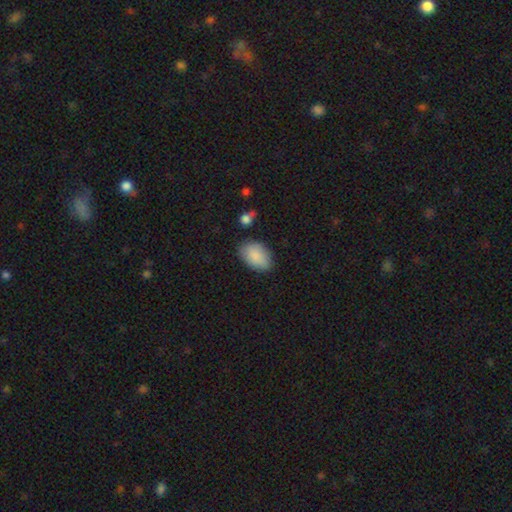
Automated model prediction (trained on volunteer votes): Smooth or featured?
  - smooth: 88% *
  - featured or disk: 6%
  - star or artifact: 6%
How rounded?
  - in between: 90% *
  - round: 9%
  - cigar-shaped: 1%
Merging?
  - none: 77% *
  - minor disturbance: 16%
  - major disturbance: 4%
  - merger: 3%